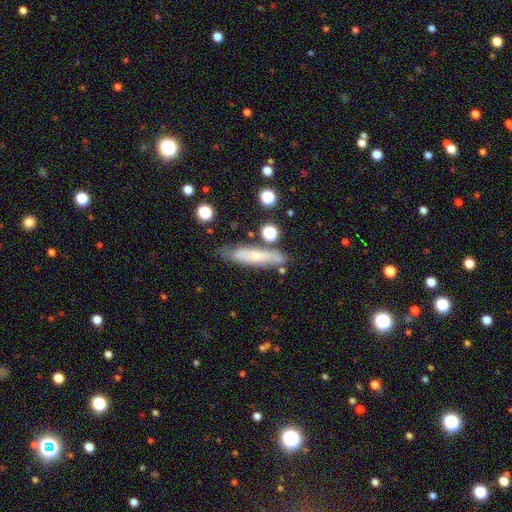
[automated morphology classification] smooth 51%, featured or disk 41%, star or artifact 8%. Down the decision tree: how rounded — cigar-shaped (78%); merging — none (71%).